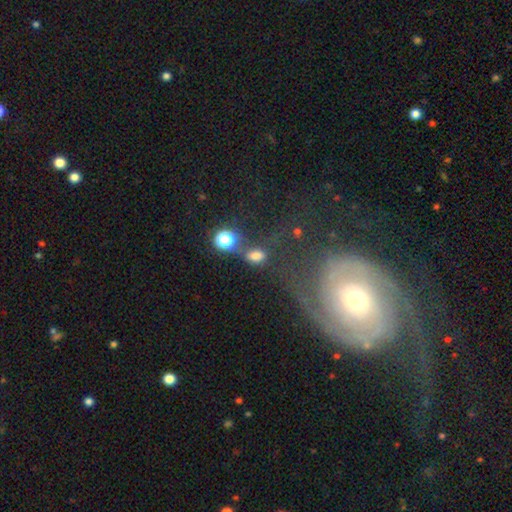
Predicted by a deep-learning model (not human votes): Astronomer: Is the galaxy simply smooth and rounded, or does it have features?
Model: smooth — 68%.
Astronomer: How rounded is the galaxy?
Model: in between — 71%.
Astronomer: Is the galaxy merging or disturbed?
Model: none — 48%.